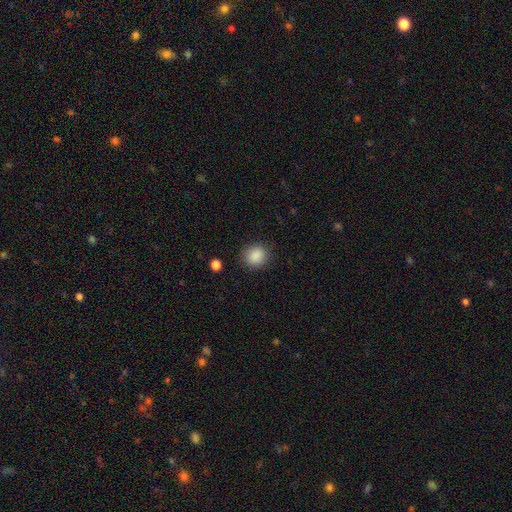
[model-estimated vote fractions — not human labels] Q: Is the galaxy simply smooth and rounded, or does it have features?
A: smooth — 88%.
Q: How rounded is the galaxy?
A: round — 77%.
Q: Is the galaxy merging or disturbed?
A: none — 87%.